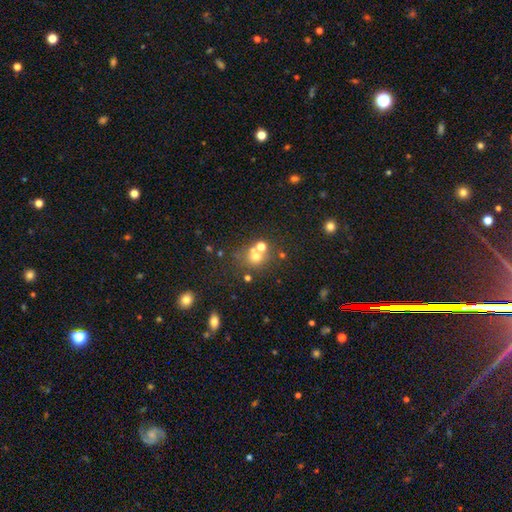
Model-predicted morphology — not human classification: A smooth galaxy with no disk features (59%) that is round (82%). Merging: none (53%).